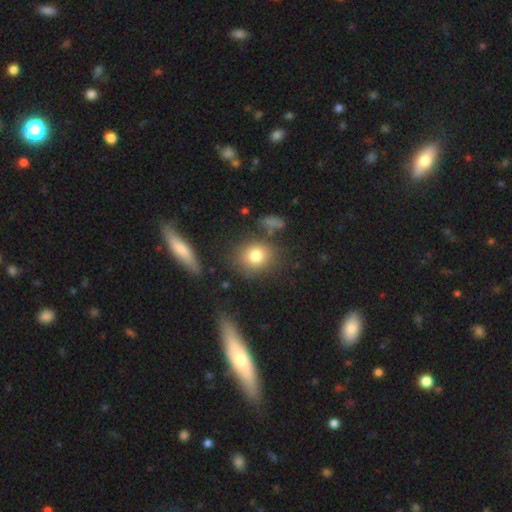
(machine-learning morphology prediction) A smooth galaxy with no disk features (80%) that is round (77%). Merging: none (75%).